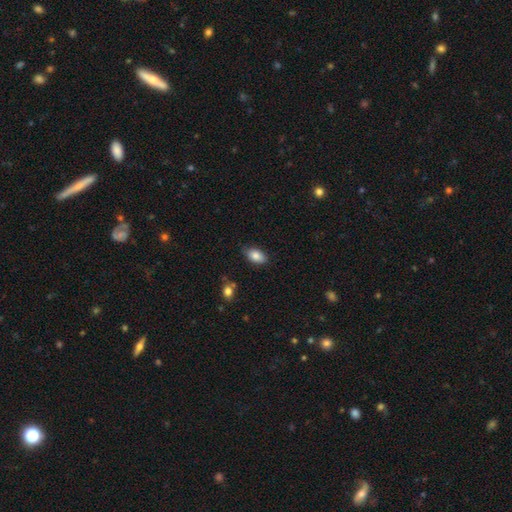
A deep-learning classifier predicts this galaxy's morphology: This appears to be a smooth galaxy with no disk features (84%) that is in between round and cigar-shaped (91%). Merging: none (77%).